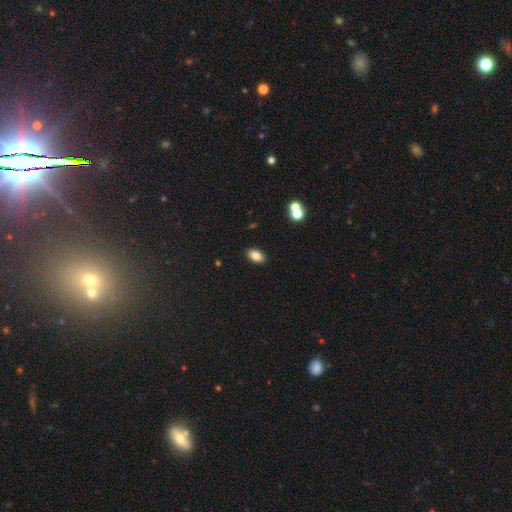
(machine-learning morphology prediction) A smooth galaxy with no disk features (83%) that is in between round and cigar-shaped (91%).

Vote fractions:
- Smooth or featured? smooth: 83% / star or artifact: 9% / featured or disk: 7%
- How rounded? in between: 91% / round: 6% / cigar-shaped: 3%
- Merging? none: 89% / minor disturbance: 7% / major disturbance: 2% / merger: 2%